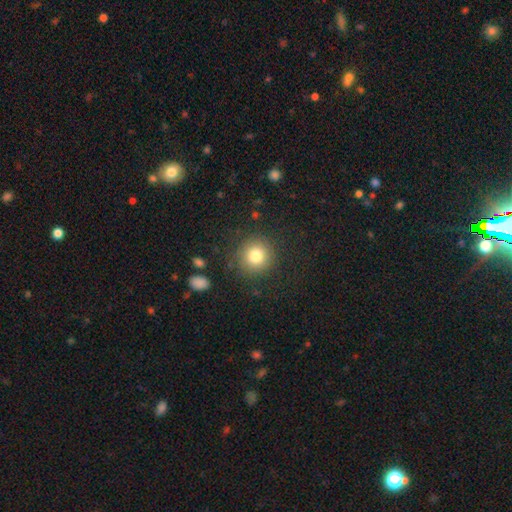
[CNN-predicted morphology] Smooth or featured? Predicted: smooth (p=0.80). How rounded? Predicted: round (p=0.93). Merging? Predicted: none (p=0.87).